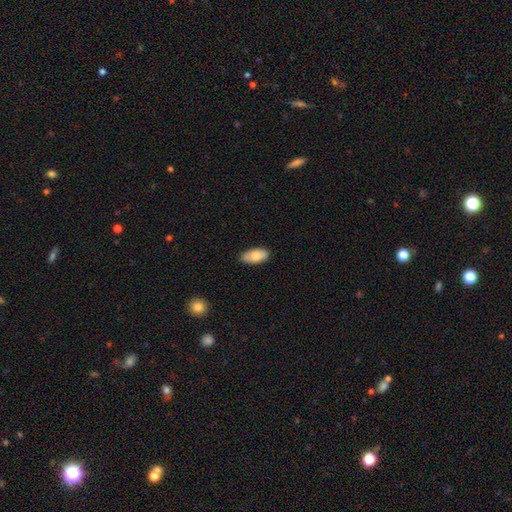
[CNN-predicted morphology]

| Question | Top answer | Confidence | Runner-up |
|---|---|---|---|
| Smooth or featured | smooth | 74% | featured or disk (19%) |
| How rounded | in between | 94% | cigar-shaped (4%) |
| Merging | none | 85% | minor disturbance (12%) |